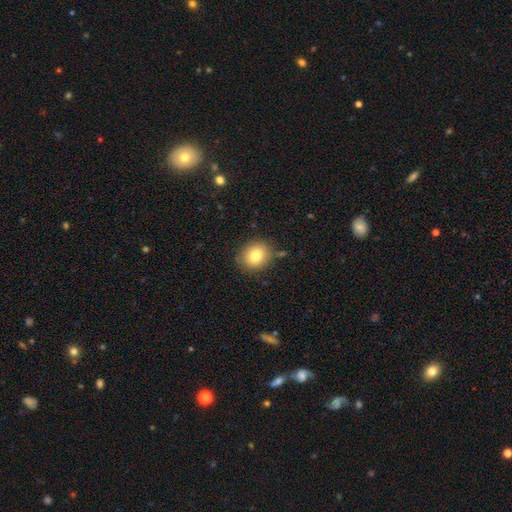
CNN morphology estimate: Smooth or featured? smooth (80%)
How rounded? round (69%)
Merging? none (83%)